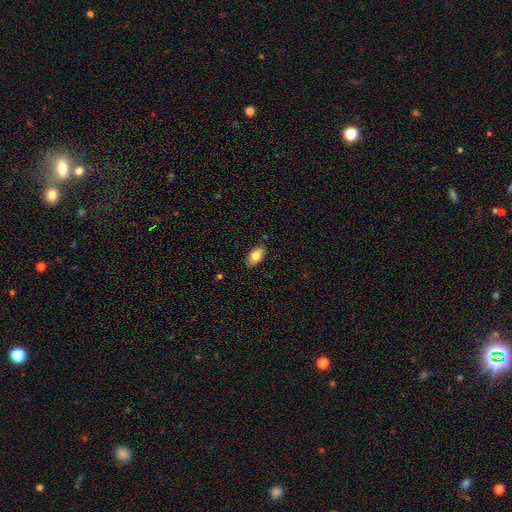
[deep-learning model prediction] smooth 83%, featured or disk 10%, star or artifact 7%. Down the decision tree: how rounded — in between (92%); merging — none (86%).